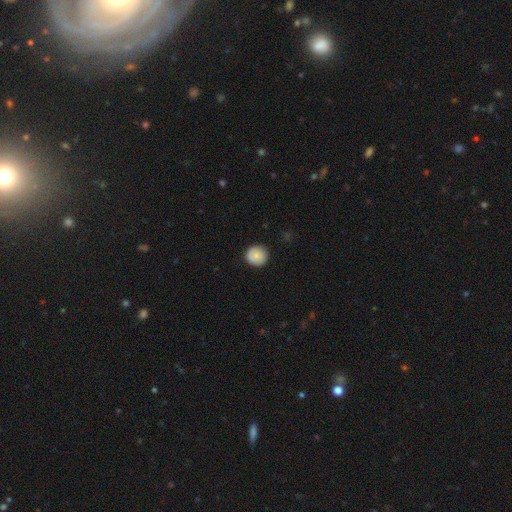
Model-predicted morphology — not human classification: smooth-or-featured: smooth: 82% | featured or disk: 11% | star or artifact: 7%
  how-rounded: round: 91% | in between: 8% | cigar-shaped: 1%
  merging: none: 87% | minor disturbance: 10% | major disturbance: 2% | merger: 1%